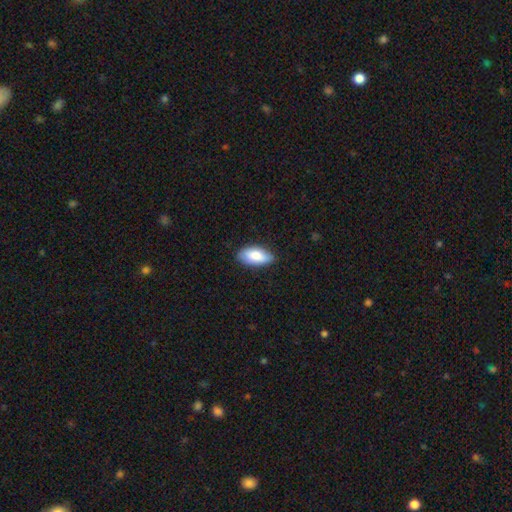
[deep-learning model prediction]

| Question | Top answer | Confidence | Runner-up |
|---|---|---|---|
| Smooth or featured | smooth | 82% | featured or disk (12%) |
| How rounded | in between | 90% | cigar-shaped (7%) |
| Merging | none | 81% | minor disturbance (15%) |